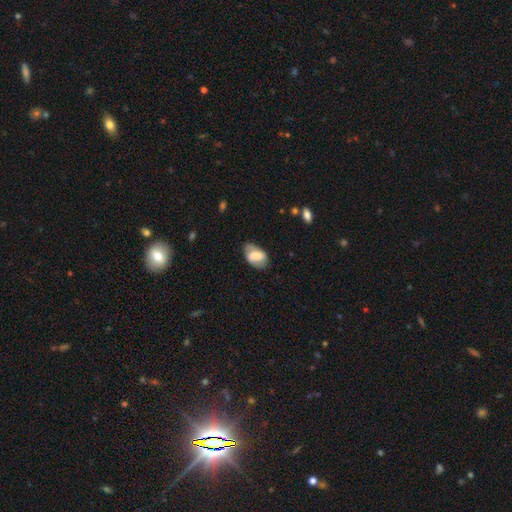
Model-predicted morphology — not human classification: Smooth or featured? smooth (55%)
How rounded? in between (89%)
Merging? none (63%)